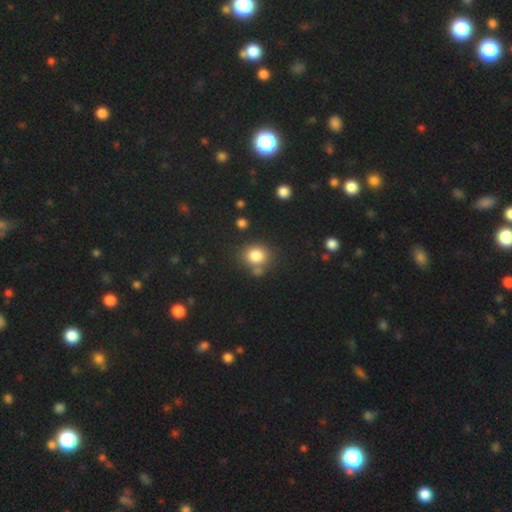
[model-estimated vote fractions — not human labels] Smooth or featured? smooth (82%)
How rounded? round (76%)
Merging? none (67%)